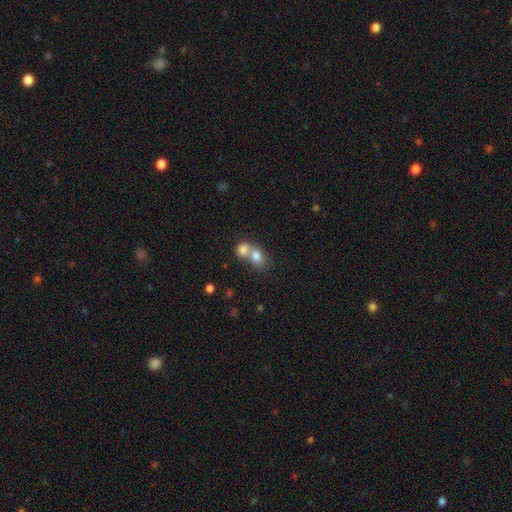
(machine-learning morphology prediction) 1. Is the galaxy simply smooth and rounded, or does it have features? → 78% smooth, 12% featured or disk, 10% star or artifact.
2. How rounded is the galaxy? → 55% round, 44% in between, 1% cigar-shaped.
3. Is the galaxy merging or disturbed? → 67% merger, 25% none, 5% minor disturbance, 3% major disturbance.